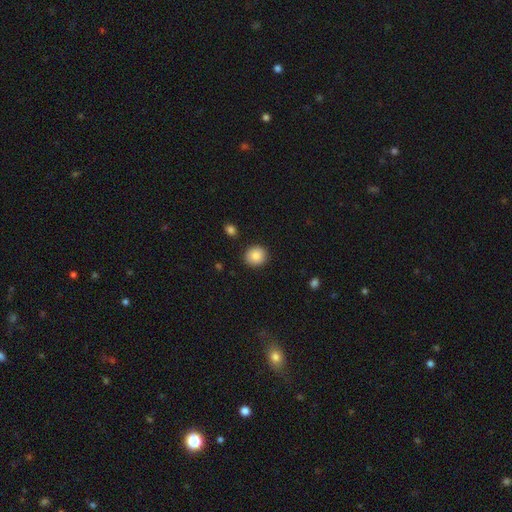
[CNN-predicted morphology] Smooth or featured?
  - smooth: 86% *
  - star or artifact: 8%
  - featured or disk: 5%
How rounded?
  - round: 86% *
  - in between: 13%
  - cigar-shaped: 1%
Merging?
  - none: 90% *
  - minor disturbance: 7%
  - major disturbance: 2%
  - merger: 1%